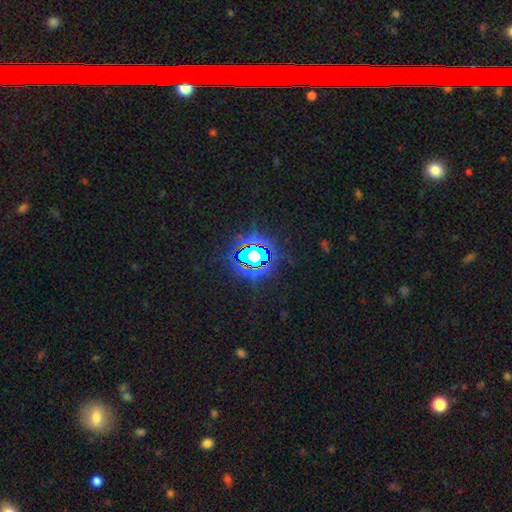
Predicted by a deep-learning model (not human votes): This appears to be a star or artifact, not a galaxy (78%).